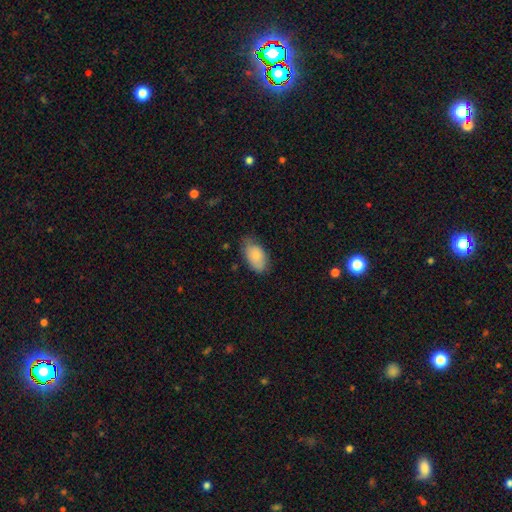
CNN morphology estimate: A smooth galaxy with no disk features (81%) that is in between round and cigar-shaped (93%).

Vote fractions:
- Smooth or featured? smooth: 81% / featured or disk: 13% / star or artifact: 6%
- How rounded? in between: 93% / round: 5% / cigar-shaped: 2%
- Merging? none: 61% / minor disturbance: 31% / major disturbance: 6% / merger: 2%